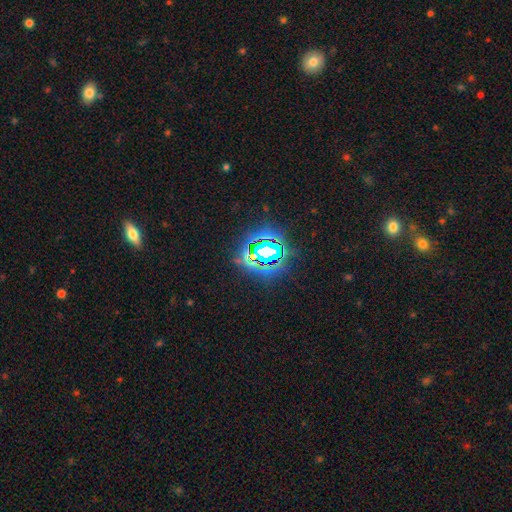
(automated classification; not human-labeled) This is clearly a star or artifact rather than a galaxy (81%).